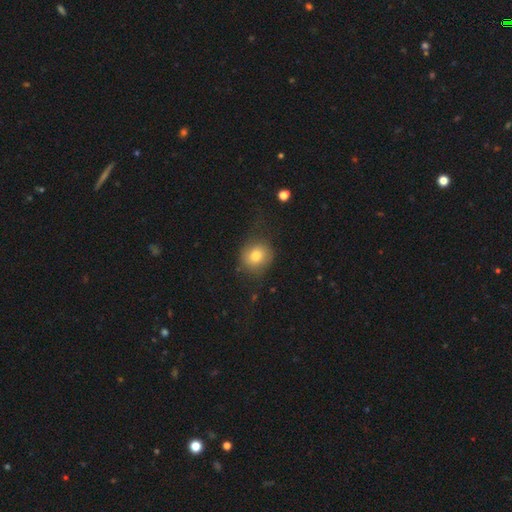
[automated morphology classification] Q: Smooth or featured?
A: smooth (78%); runner-up: featured or disk (12%)
Q: How rounded?
A: round (75%); runner-up: in between (24%)
Q: Merging?
A: none (67%); runner-up: minor disturbance (21%)